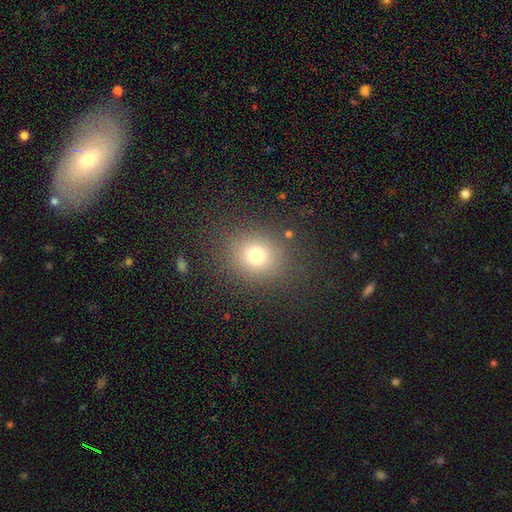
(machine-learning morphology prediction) This is likely a smooth galaxy (74%). How rounded: likely round (75%). Merging: clearly none (85%).